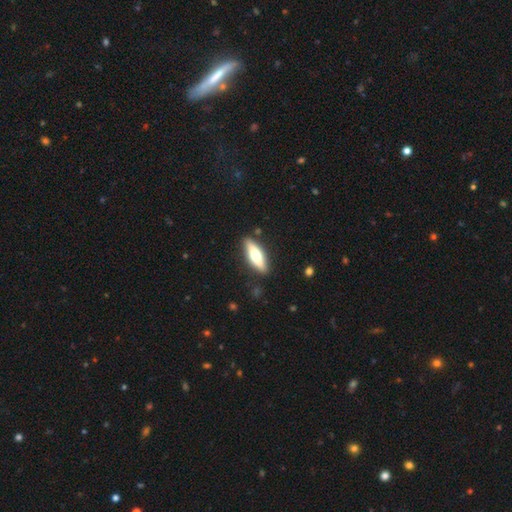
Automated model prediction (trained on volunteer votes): smooth-or-featured: smooth: 56% | featured or disk: 38% | star or artifact: 5%
  how-rounded: in between: 53% | cigar-shaped: 45% | round: 2%
  merging: none: 86% | minor disturbance: 10% | major disturbance: 2% | merger: 2%